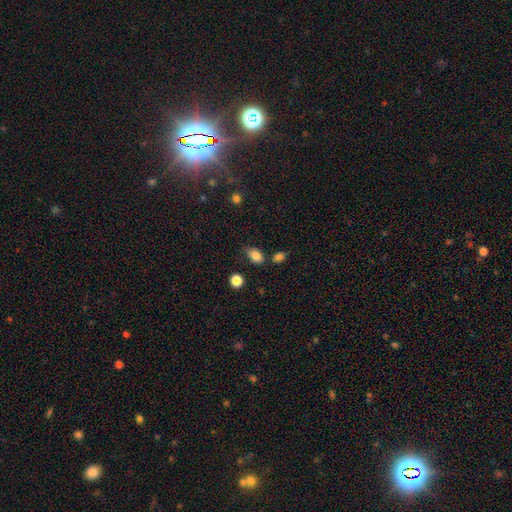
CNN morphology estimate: A smooth galaxy with no disk features (84%) that is in between round and cigar-shaped (82%). Merging: none (64%).